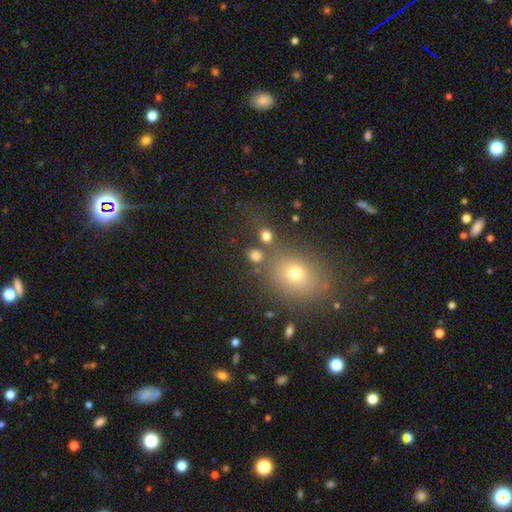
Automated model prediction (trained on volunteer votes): A smooth galaxy with no disk features (75%) that is round (78%). Merging: none (70%).